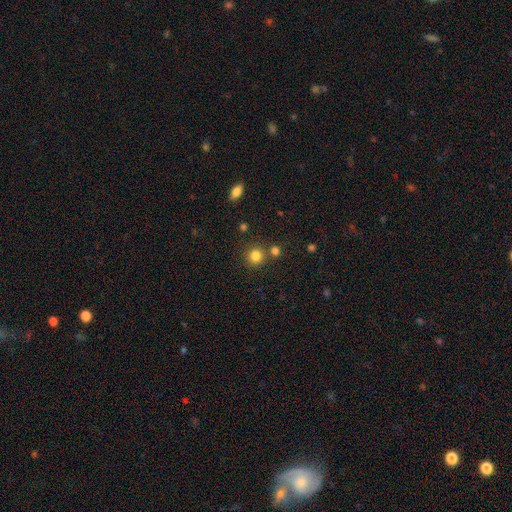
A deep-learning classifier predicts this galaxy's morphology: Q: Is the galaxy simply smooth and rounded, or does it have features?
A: smooth — 82%.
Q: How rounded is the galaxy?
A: round — 92%.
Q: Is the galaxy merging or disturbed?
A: none — 78%.